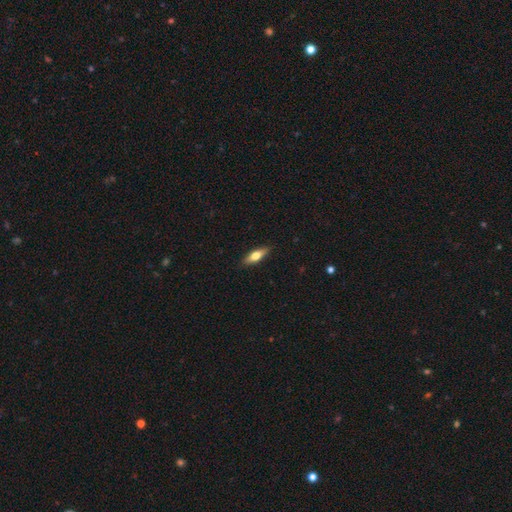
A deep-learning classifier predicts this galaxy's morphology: A smooth galaxy with no disk features (59%) that is in between round and cigar-shaped (50%). Merging: none (88%).